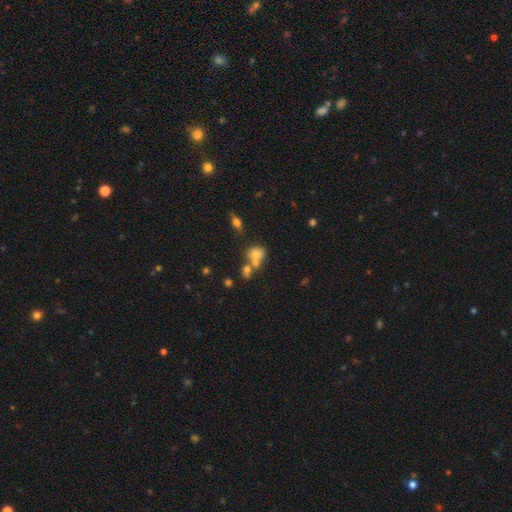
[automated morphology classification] This appears to be a smooth galaxy with no disk features (70%) that is round (64%). Merging: merger (46%).